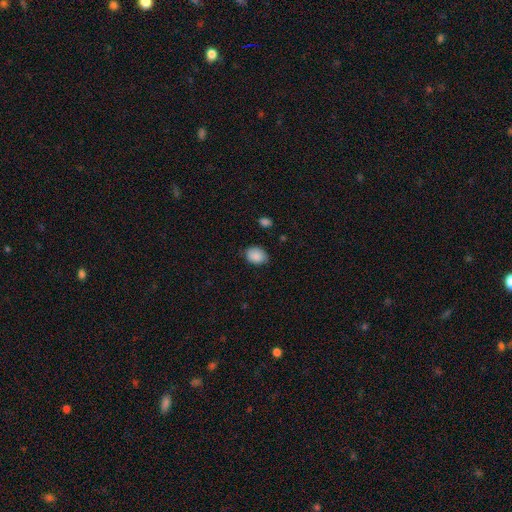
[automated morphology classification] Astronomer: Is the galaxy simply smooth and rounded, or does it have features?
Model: smooth — 87%.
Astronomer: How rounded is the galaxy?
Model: in between — 69%.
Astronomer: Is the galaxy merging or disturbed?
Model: none — 76%.